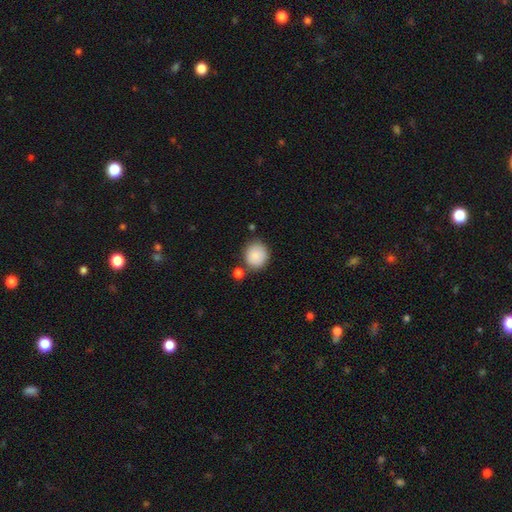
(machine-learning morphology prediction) smooth_or_featured: smooth (p=0.87) [alt: star or artifact p=0.08]
how_rounded: round (p=0.82) [alt: in between p=0.17]
merging: none (p=0.75) [alt: minor disturbance p=0.13]